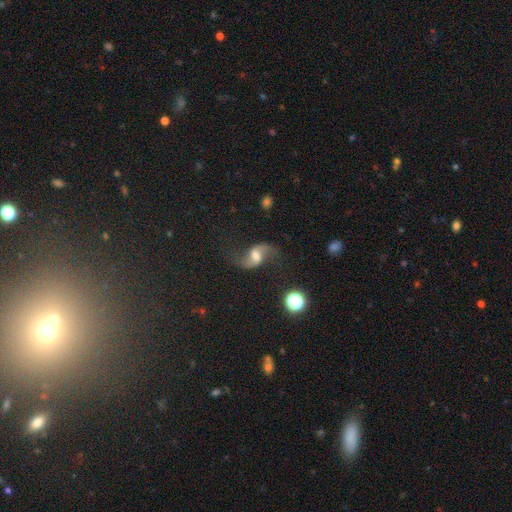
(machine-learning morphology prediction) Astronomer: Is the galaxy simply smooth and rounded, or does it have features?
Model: featured or disk — 79%.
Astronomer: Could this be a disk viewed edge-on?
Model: no — 96%.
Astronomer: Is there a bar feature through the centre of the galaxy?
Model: weak — 49% (runner-up: no, 26%).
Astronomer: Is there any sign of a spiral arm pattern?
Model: yes — 94%.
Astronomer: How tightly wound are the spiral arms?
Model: loose — 84%.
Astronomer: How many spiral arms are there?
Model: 2 — 94%.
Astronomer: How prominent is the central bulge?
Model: moderate — 52%.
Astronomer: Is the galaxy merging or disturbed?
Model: none — 73%.